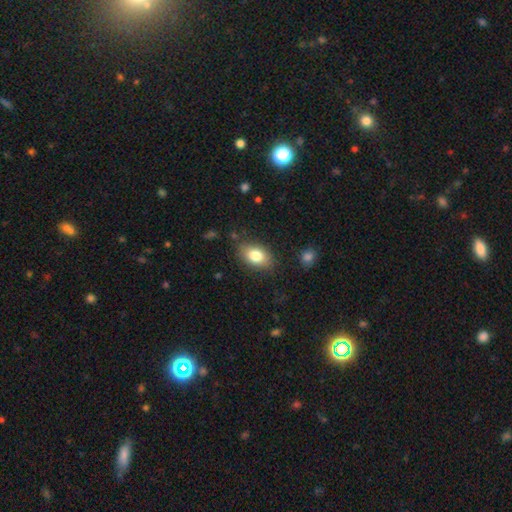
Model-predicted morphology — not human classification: Smooth or featured? Predicted: smooth (p=0.81). How rounded? Predicted: in between (p=0.85). Merging? Predicted: none (p=0.82).